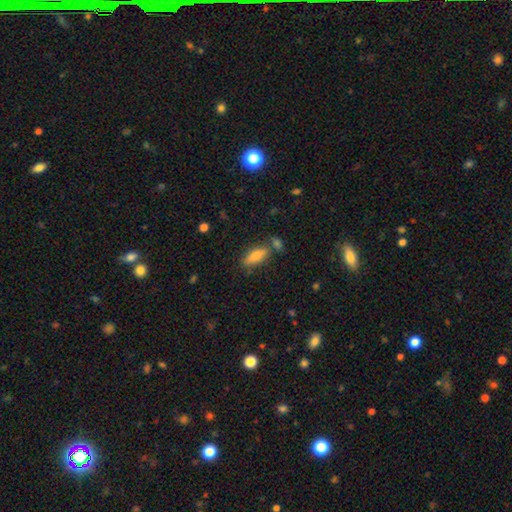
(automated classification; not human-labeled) The model was most divided on "how rounded": in between: 65%, cigar-shaped: 32%, round: 3%. More confident: smooth or featured — smooth (76%); merging — none (71%).